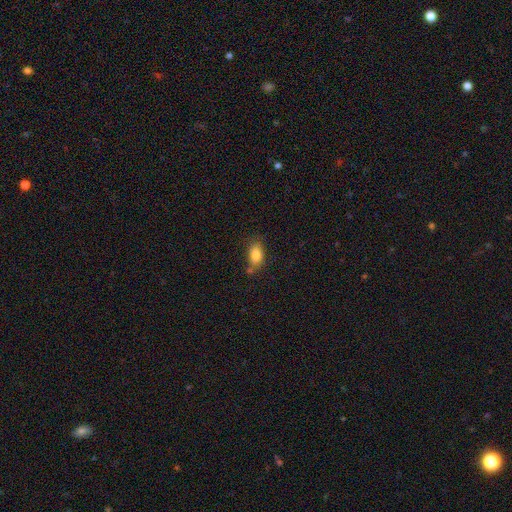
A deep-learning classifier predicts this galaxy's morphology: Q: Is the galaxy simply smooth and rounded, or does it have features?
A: smooth — 84%.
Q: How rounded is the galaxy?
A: in between — 87%.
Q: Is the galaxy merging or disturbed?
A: none — 64%.